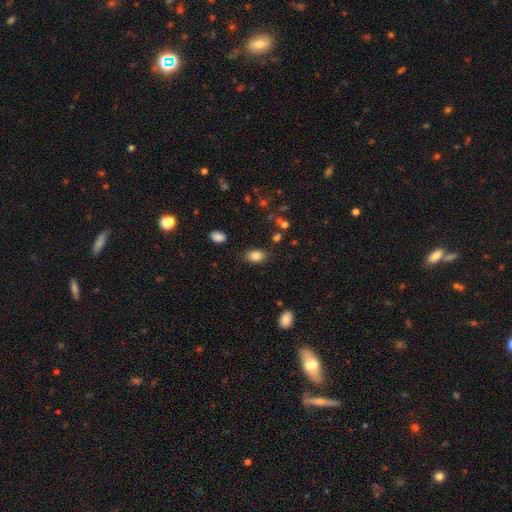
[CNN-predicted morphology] This is clearly a smooth galaxy (84%). How rounded: clearly in between (84%). Merging: clearly none (80%).